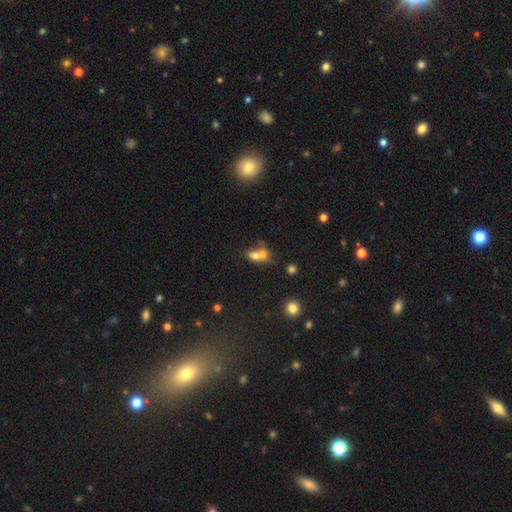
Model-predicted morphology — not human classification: This appears to be a smooth galaxy with no disk features (68%) that is in between round and cigar-shaped (64%). Merging: merger (65%).